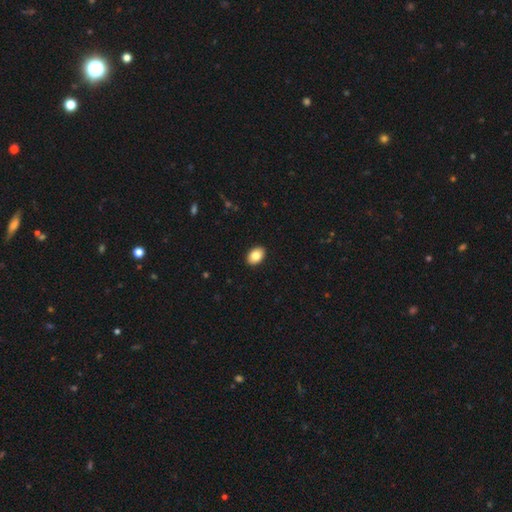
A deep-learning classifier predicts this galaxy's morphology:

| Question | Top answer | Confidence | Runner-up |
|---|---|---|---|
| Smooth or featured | smooth | 85% | featured or disk (8%) |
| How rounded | in between | 83% | round (15%) |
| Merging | none | 91% | minor disturbance (6%) |